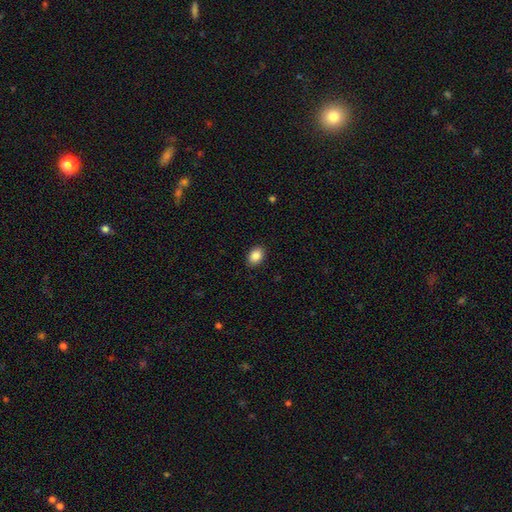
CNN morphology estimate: Q: Smooth or featured?
A: smooth (87%); runner-up: star or artifact (8%)
Q: How rounded?
A: in between (76%); runner-up: round (23%)
Q: Merging?
A: none (89%); runner-up: minor disturbance (8%)